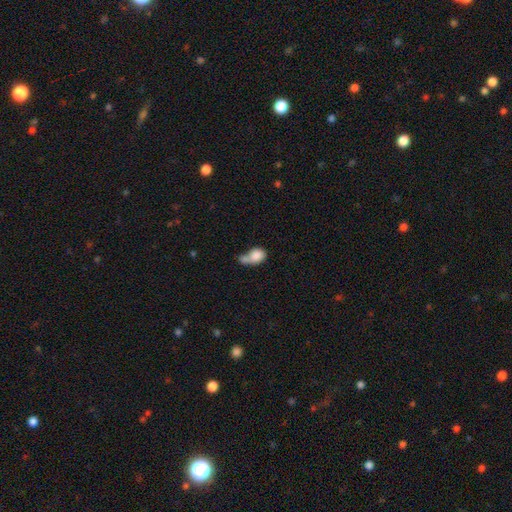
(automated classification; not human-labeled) Smooth or featured: smooth — 80% (featured or disk — 12%)
How rounded: in between — 61% (round — 37%)
Merging: merger — 55% (none — 21%)